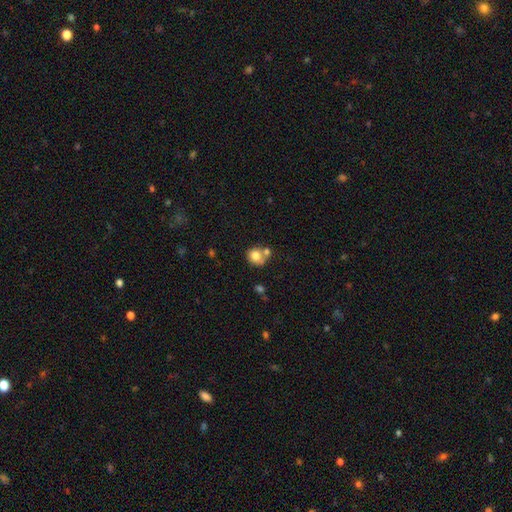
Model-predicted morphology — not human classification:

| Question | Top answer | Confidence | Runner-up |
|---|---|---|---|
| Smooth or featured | smooth | 77% | featured or disk (13%) |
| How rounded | round | 78% | in between (21%) |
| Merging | none | 45% | merger (37%) |